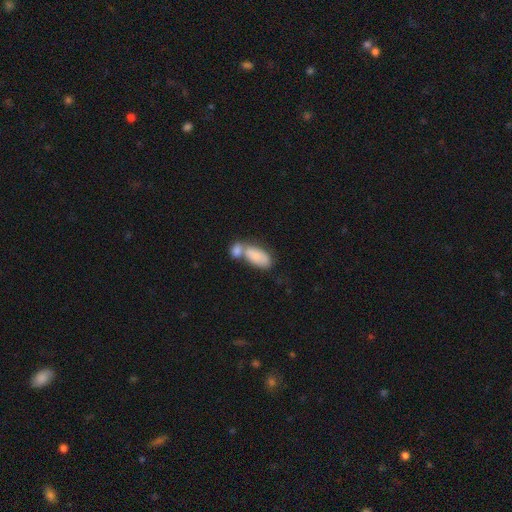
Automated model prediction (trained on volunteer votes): The model was most divided on "merging": merger: 62%, none: 23%, minor disturbance: 10%, major disturbance: 5%. More confident: how rounded — in between (91%); smooth or featured — smooth (79%).